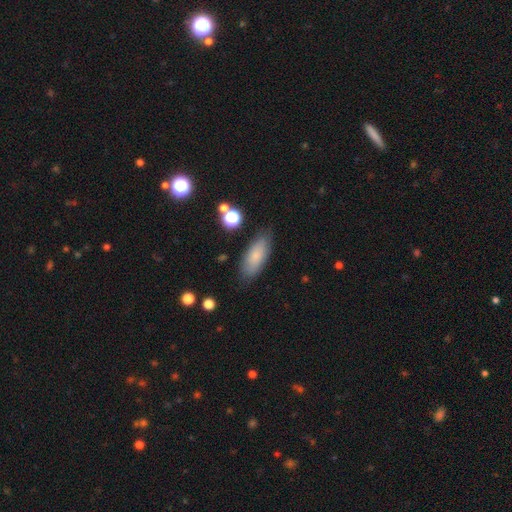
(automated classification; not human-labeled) Q: Smooth or featured?
A: smooth (79%); runner-up: featured or disk (14%)
Q: How rounded?
A: in between (78%); runner-up: cigar-shaped (19%)
Q: Merging?
A: none (80%); runner-up: minor disturbance (14%)